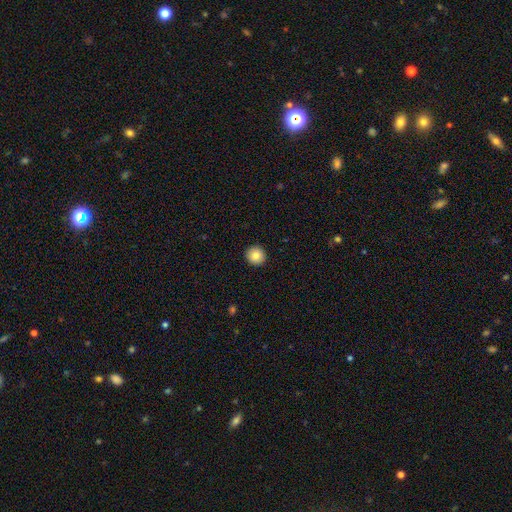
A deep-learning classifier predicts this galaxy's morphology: Smooth or featured?
  - smooth: 84% *
  - star or artifact: 9%
  - featured or disk: 7%
How rounded?
  - round: 95% *
  - in between: 4%
  - cigar-shaped: 1%
Merging?
  - none: 93% *
  - minor disturbance: 5%
  - major disturbance: 1%
  - merger: 1%